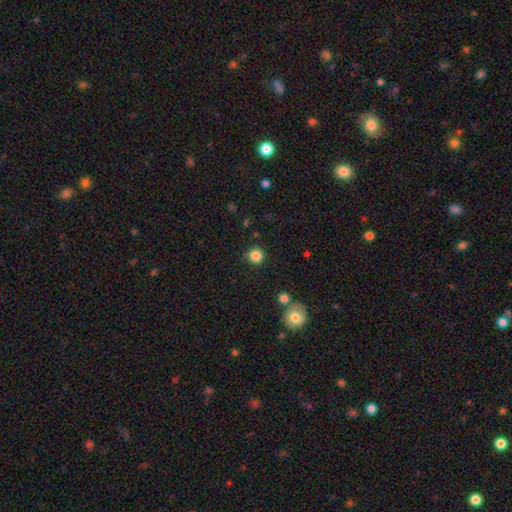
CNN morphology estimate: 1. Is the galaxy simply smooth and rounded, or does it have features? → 85% smooth, 11% star or artifact, 4% featured or disk.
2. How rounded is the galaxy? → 94% round, 5% in between, 1% cigar-shaped.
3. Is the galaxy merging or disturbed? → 86% none, 8% minor disturbance, 3% major disturbance, 3% merger.